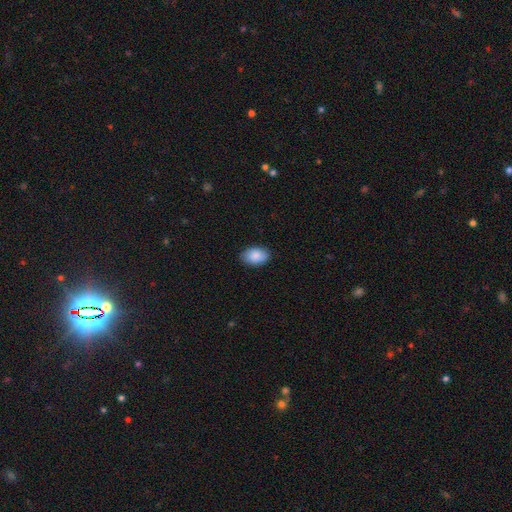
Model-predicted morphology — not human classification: Smooth or featured? smooth (88%)
How rounded? in between (90%)
Merging? none (87%)